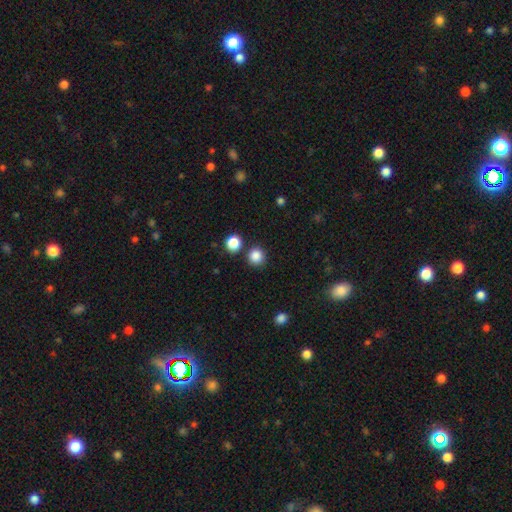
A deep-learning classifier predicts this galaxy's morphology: A smooth galaxy with no disk features (85%) that is round (92%).

Vote fractions:
- Smooth or featured? smooth: 85% / star or artifact: 11% / featured or disk: 3%
- How rounded? round: 92% / in between: 7% / cigar-shaped: 1%
- Merging? none: 84% / minor disturbance: 7% / merger: 7% / major disturbance: 2%